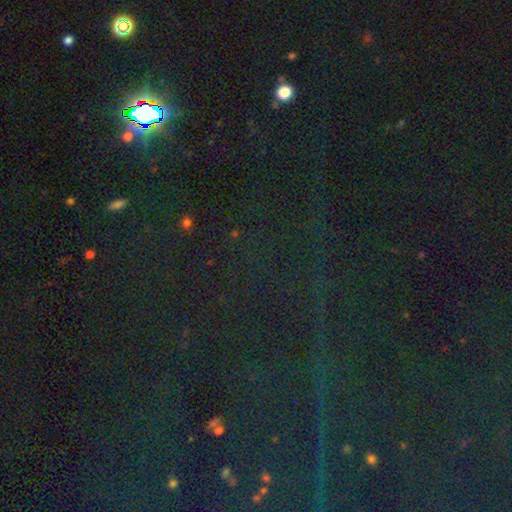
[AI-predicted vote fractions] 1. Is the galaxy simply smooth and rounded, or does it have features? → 84% star or artifact, 10% smooth, 6% featured or disk.